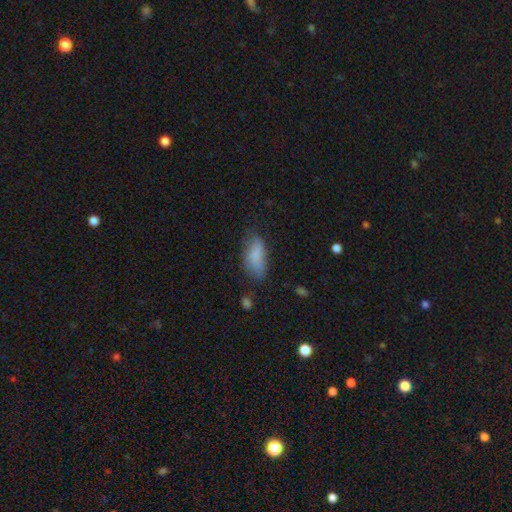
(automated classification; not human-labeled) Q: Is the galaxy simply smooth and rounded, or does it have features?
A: smooth — 82%.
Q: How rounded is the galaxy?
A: in between — 85%.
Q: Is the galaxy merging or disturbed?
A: none — 59%.